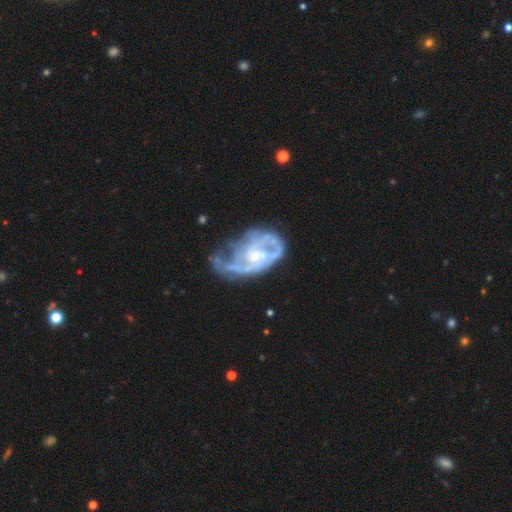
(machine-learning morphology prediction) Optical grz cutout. It shows a featured or disk galaxy (81%) with no bar (63%), medium (40%) spiral arms (77%) and a small central bulge (55%). Merging: major disturbance (39%).